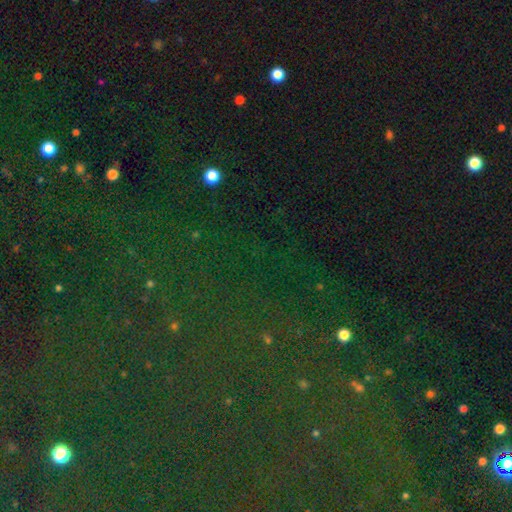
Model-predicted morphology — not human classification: Smooth or featured?
  - star or artifact: 82% *
  - smooth: 10%
  - featured or disk: 7%